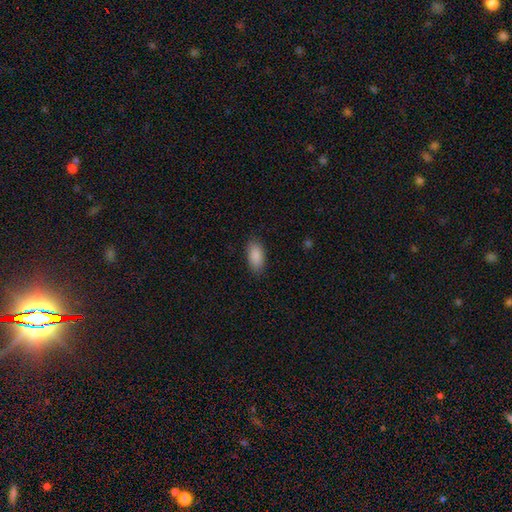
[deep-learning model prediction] smooth 89%, star or artifact 7%, featured or disk 4%. Down the decision tree: how rounded — in between (92%); merging — none (86%).